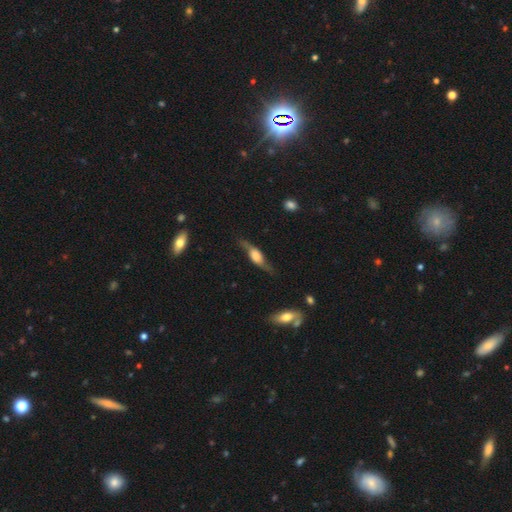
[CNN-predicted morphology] Smooth or featured?
  - featured or disk: 66% *
  - smooth: 28%
  - star or artifact: 7%
Edge-on disk?
  - yes: 73% *
  - no: 27%
Merging?
  - none: 69% *
  - minor disturbance: 20%
  - major disturbance: 9%
  - merger: 2%